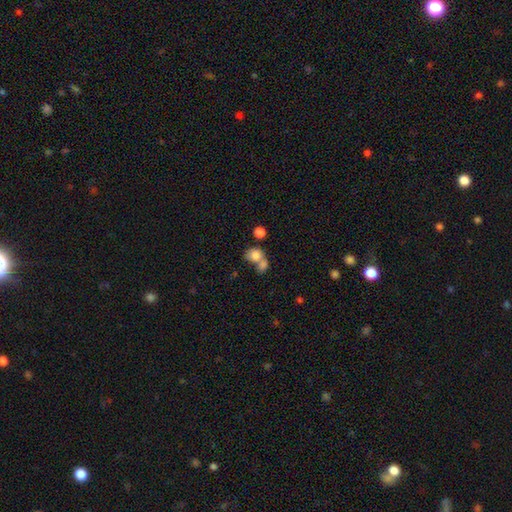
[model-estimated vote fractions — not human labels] smooth-or-featured: smooth: 80% | featured or disk: 10% | star or artifact: 10%
  how-rounded: round: 65% | in between: 33% | cigar-shaped: 1%
  merging: merger: 55% | none: 32% | minor disturbance: 8% | major disturbance: 5%